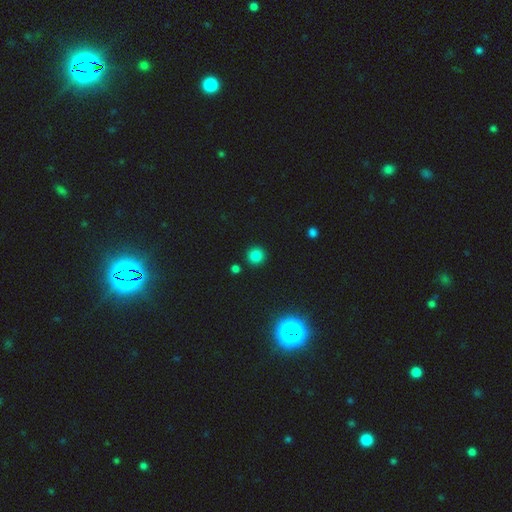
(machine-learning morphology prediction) This is clearly a smooth galaxy (81%). How rounded: clearly round (93%). Merging: clearly none (89%).